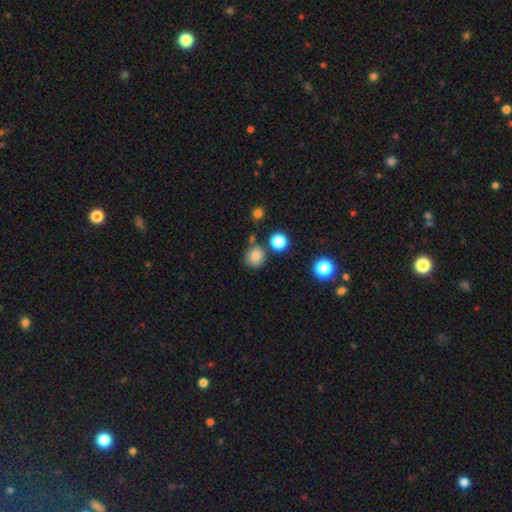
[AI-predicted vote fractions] Q: Smooth or featured?
A: smooth (80%); runner-up: star or artifact (13%)
Q: How rounded?
A: round (85%); runner-up: in between (14%)
Q: Merging?
A: none (73%); runner-up: minor disturbance (14%)